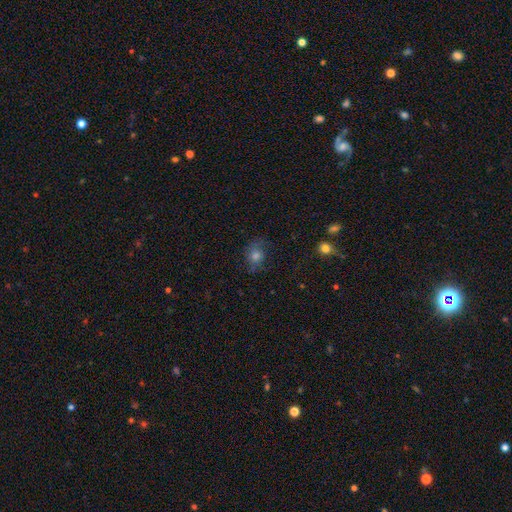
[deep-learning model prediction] Smooth or featured? smooth (62%)
How rounded? round (61%)
Merging? none (66%)